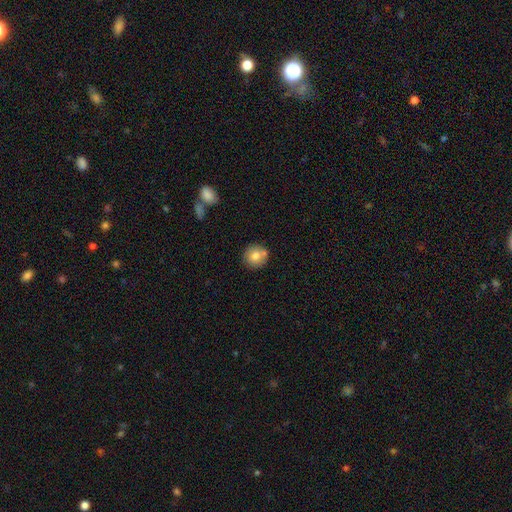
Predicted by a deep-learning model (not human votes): A smooth galaxy with no disk features (79%) that is round (92%). Merging: none (74%).